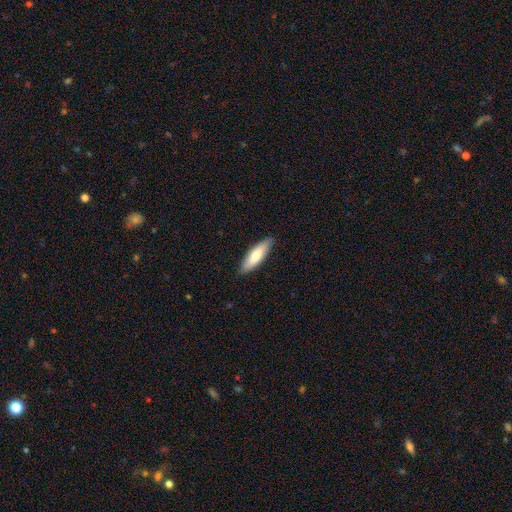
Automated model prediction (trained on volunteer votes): A smooth galaxy with no disk features (74%) that is cigar-shaped (56%). Merging: none (87%).